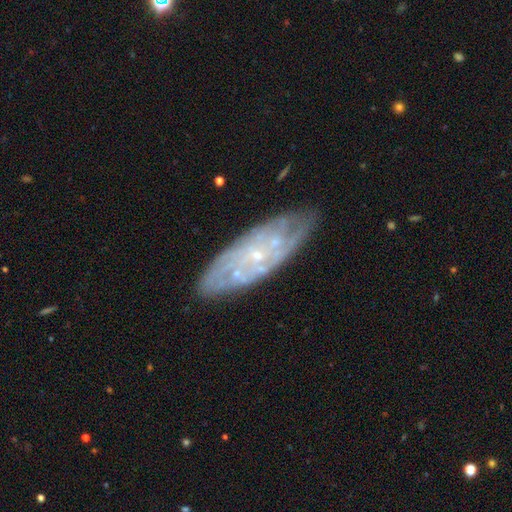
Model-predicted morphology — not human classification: type=featured or disk (73%); edge-on=no (85%); bar=no (80%); spiral arms=yes (72%); bulge=small (84%); merging=none (74%).